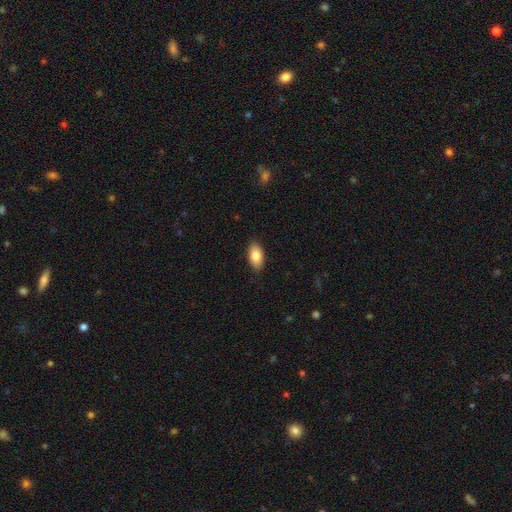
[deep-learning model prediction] Q: Smooth or featured?
A: smooth (83%); runner-up: featured or disk (10%)
Q: How rounded?
A: in between (93%); runner-up: round (4%)
Q: Merging?
A: none (88%); runner-up: minor disturbance (9%)